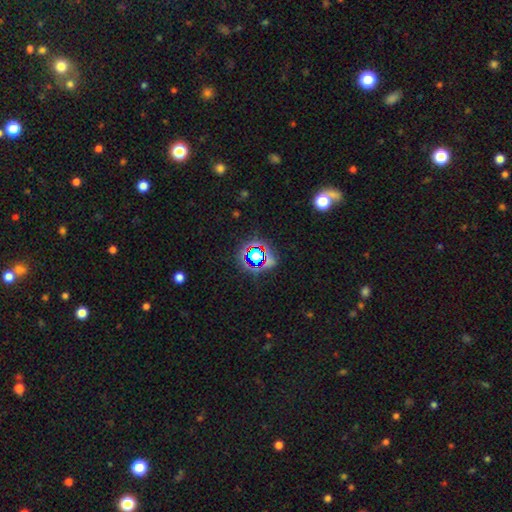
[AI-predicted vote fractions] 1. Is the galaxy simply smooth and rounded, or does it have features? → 66% star or artifact, 23% smooth, 12% featured or disk.